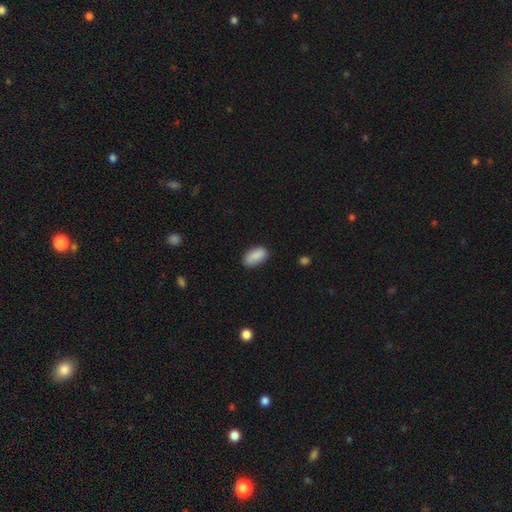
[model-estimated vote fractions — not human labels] This is clearly a smooth galaxy (88%). How rounded: clearly in between (92%). Merging: clearly none (81%).